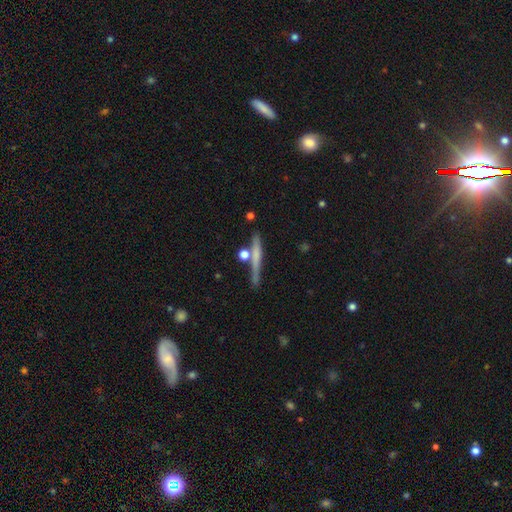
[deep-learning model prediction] Smooth or featured?
  - smooth: 48% *
  - featured or disk: 45%
  - star or artifact: 7%
Merging?
  - none: 74% *
  - minor disturbance: 12%
  - merger: 10%
  - major disturbance: 4%